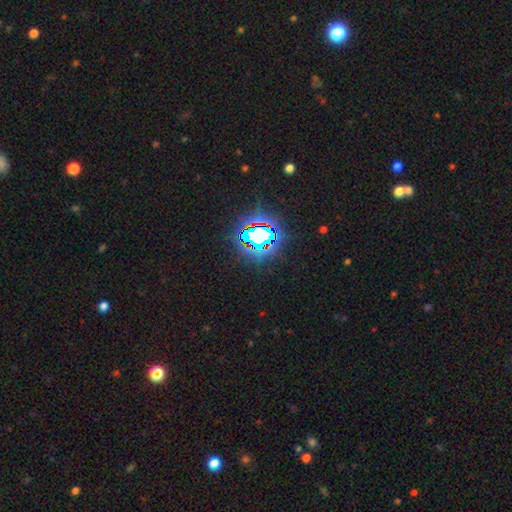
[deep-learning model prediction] smooth-or-featured: star or artifact: 84% | smooth: 9% | featured or disk: 7%